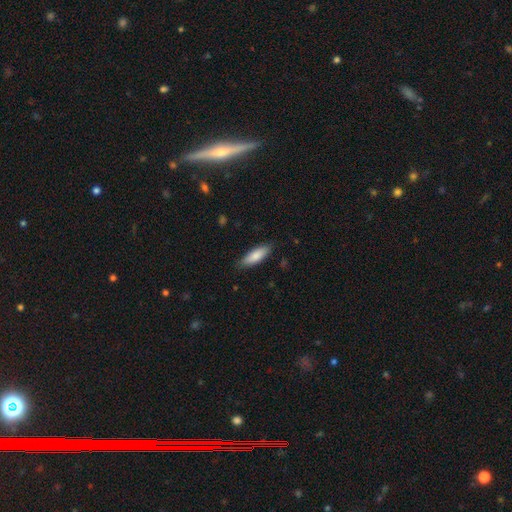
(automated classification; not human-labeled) Smooth or featured?
  - smooth: 83% *
  - featured or disk: 11%
  - star or artifact: 6%
How rounded?
  - in between: 57% *
  - cigar-shaped: 42%
  - round: 2%
Merging?
  - none: 84% *
  - minor disturbance: 13%
  - major disturbance: 2%
  - merger: 1%